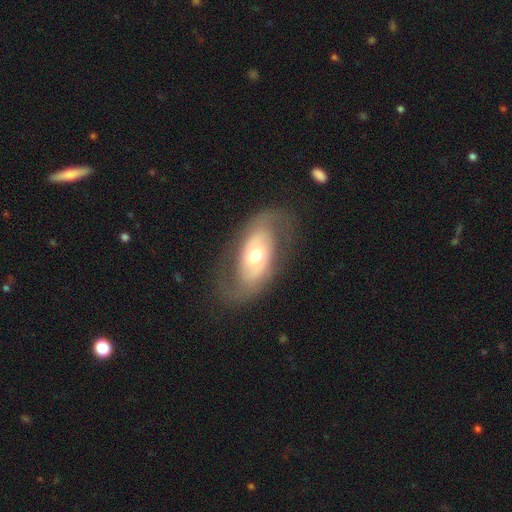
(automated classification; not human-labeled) Smooth or featured? featured or disk (74%)
Edge-on disk? no (93%)
Bar? no (60%)
Spiral arms? yes (80%)
Spiral winding? loose (41%)
Spiral arm count? 2 (88%)
Bulge size? moderate (68%)
Merging? none (75%)